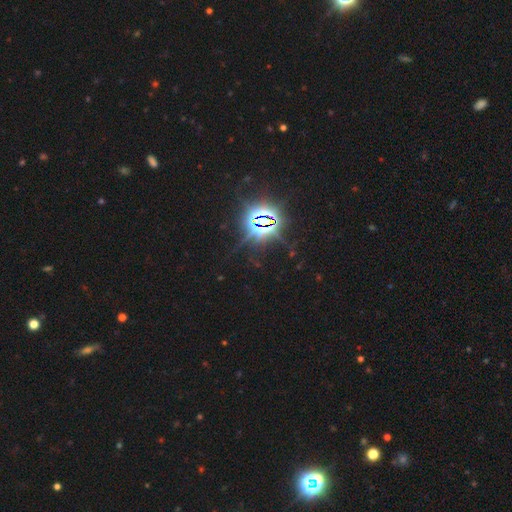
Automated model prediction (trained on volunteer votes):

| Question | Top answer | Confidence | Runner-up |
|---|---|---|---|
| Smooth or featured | star or artifact | 86% | smooth (8%) |